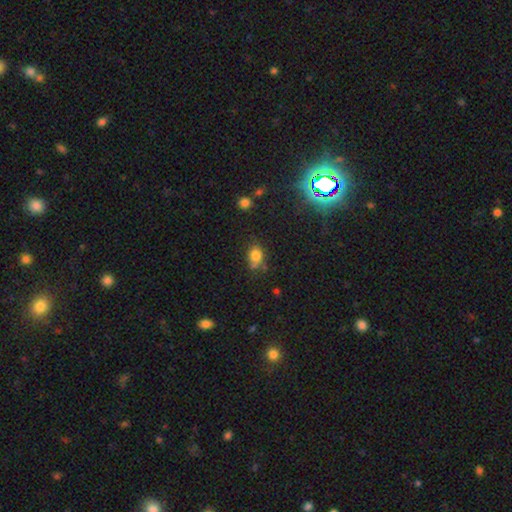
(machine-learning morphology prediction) type=smooth (78%); roundness=in between (52%); merging=none (59%).